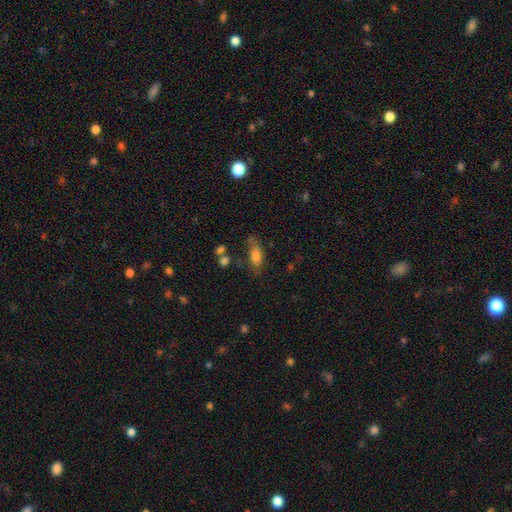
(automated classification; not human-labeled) Overall: smooth (73%). How rounded: in between (76%). Merging: none (53%; minor disturbance 26%).